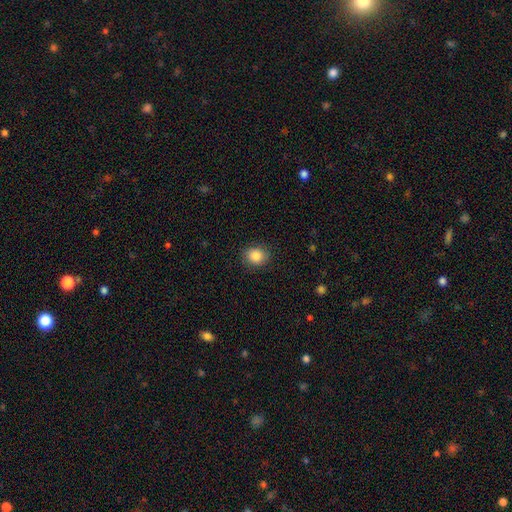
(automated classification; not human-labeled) Q: Smooth or featured?
A: smooth (87%); runner-up: star or artifact (9%)
Q: How rounded?
A: round (68%); runner-up: in between (31%)
Q: Merging?
A: none (87%); runner-up: minor disturbance (9%)